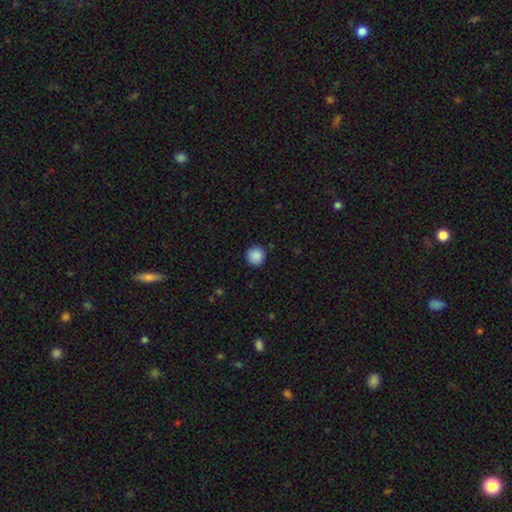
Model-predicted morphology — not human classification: Smooth or featured?
  - smooth: 89% *
  - star or artifact: 9%
  - featured or disk: 3%
How rounded?
  - round: 95% *
  - in between: 4%
  - cigar-shaped: 1%
Merging?
  - none: 89% *
  - minor disturbance: 8%
  - major disturbance: 2%
  - merger: 1%